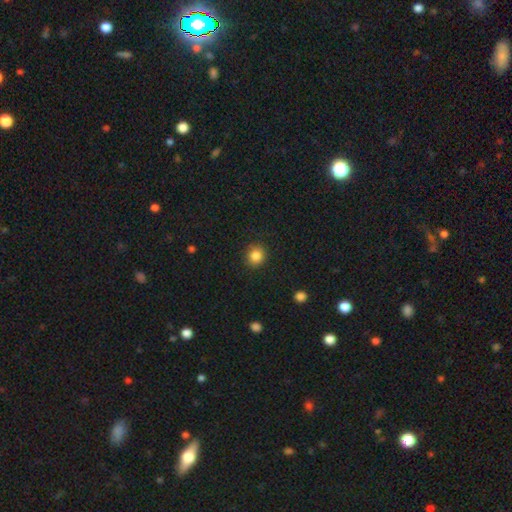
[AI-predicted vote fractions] Smooth or featured?
  - smooth: 85% *
  - star or artifact: 10%
  - featured or disk: 5%
How rounded?
  - round: 85% *
  - in between: 15%
  - cigar-shaped: 1%
Merging?
  - none: 86% *
  - minor disturbance: 10%
  - major disturbance: 3%
  - merger: 1%